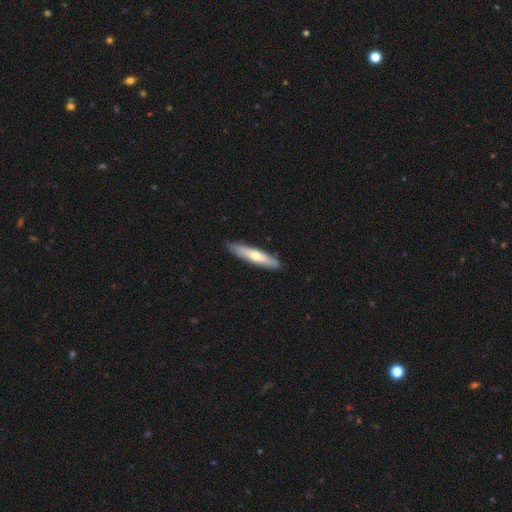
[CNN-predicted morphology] Q: Smooth or featured?
A: smooth (58%); runner-up: featured or disk (37%)
Q: How rounded?
A: cigar-shaped (86%); runner-up: in between (13%)
Q: Merging?
A: none (88%); runner-up: minor disturbance (9%)